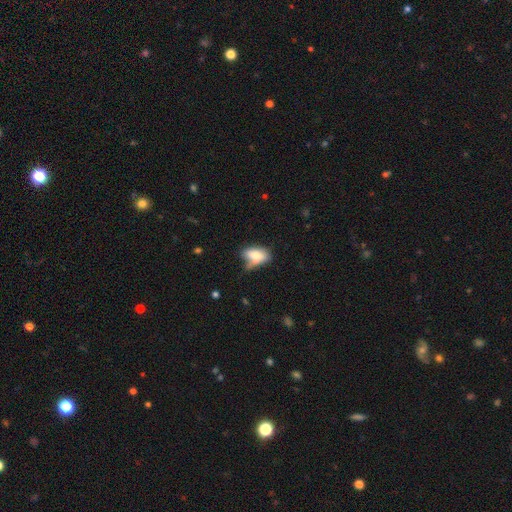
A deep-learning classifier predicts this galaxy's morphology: A smooth galaxy with no disk features (74%) that is in between round and cigar-shaped (89%). Merging: none (41%).